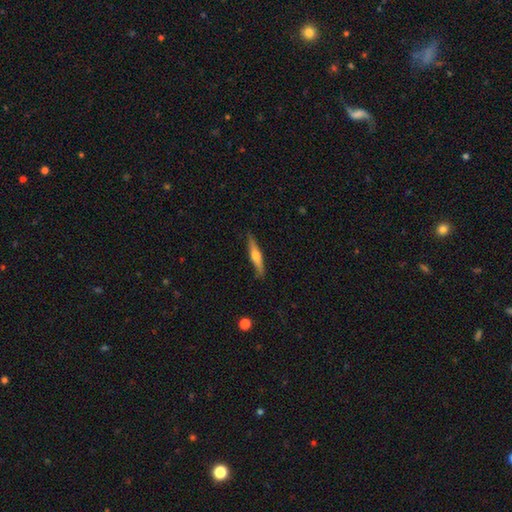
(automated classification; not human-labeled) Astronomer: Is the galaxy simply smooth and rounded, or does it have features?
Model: featured or disk — 54% (runner-up: smooth, 40%).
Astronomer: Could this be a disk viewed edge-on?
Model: yes — 96%.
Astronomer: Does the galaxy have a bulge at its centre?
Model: rounded — 88%.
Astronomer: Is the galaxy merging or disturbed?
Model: none — 87%.